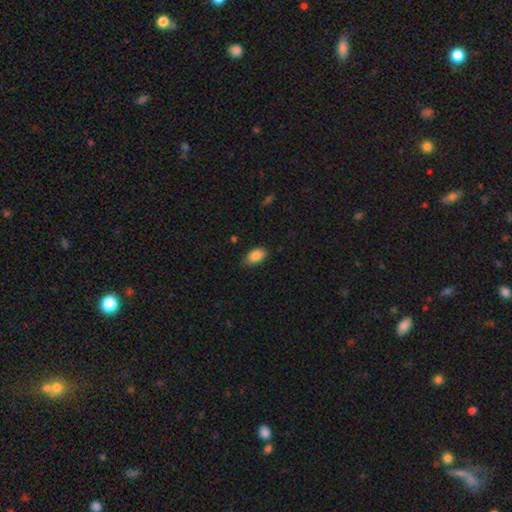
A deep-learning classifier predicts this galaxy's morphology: This appears to be a smooth galaxy with no disk features (86%) that is in between round and cigar-shaped (92%). Merging: none (80%).